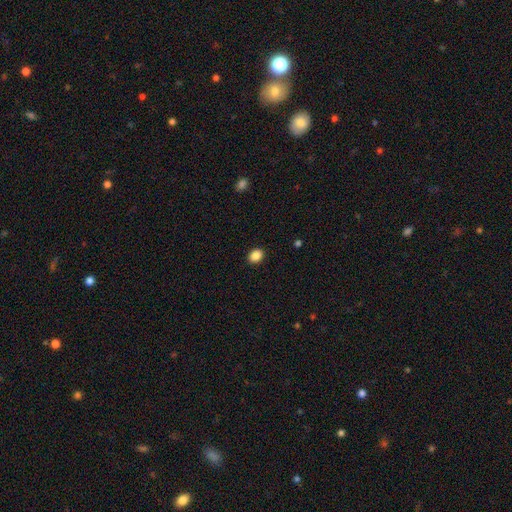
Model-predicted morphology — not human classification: Overall: smooth (87%). How rounded: in between (61%; round 38%). Merging: none (91%).